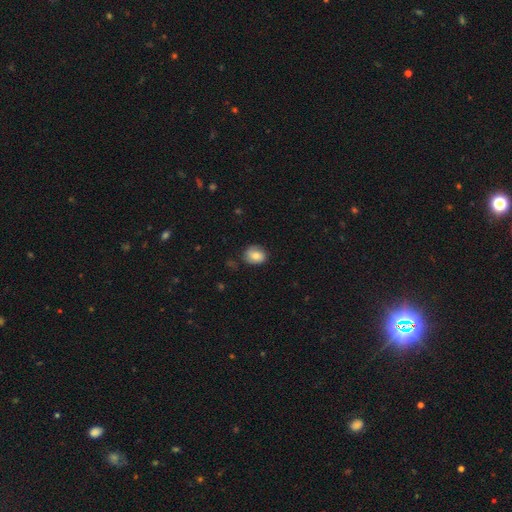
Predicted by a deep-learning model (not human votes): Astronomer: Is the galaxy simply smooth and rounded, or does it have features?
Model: smooth — 75%.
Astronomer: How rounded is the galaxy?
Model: in between — 52% (runner-up: round, 47%).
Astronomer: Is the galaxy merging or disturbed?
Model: none — 70%.